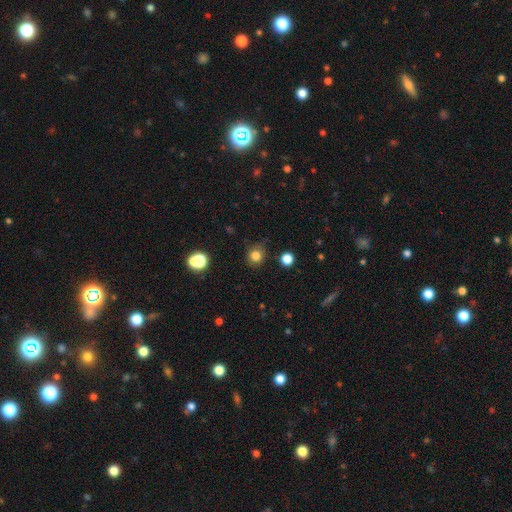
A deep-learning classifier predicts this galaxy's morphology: Smooth or featured? Predicted: smooth (p=0.81). How rounded? Predicted: round (p=0.87). Merging? Predicted: none (p=0.83).